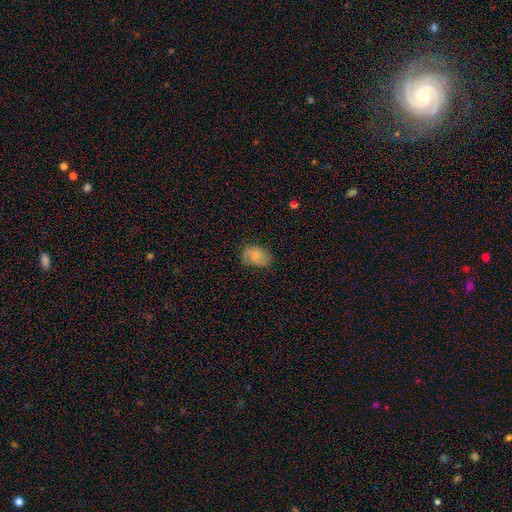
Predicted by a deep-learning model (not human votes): Smooth or featured?
  - smooth: 67% *
  - featured or disk: 24%
  - star or artifact: 9%
How rounded?
  - in between: 82% *
  - round: 17%
  - cigar-shaped: 1%
Merging?
  - none: 60% *
  - minor disturbance: 28%
  - major disturbance: 11%
  - merger: 2%